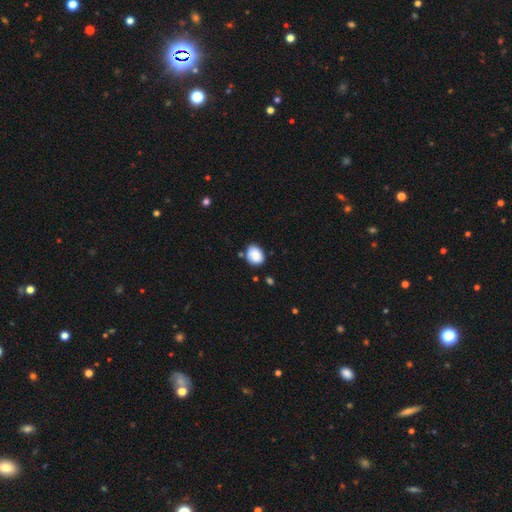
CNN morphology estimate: This is clearly a smooth galaxy (87%). How rounded: possibly in between (54%). Merging: likely none (71%).